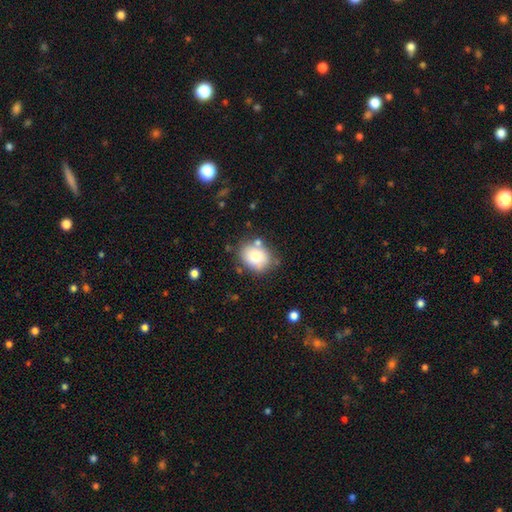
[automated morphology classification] The model was most divided on "how rounded": in between: 59%, round: 40%, cigar-shaped: 1%. More confident: smooth or featured — smooth (80%); merging — none (69%).